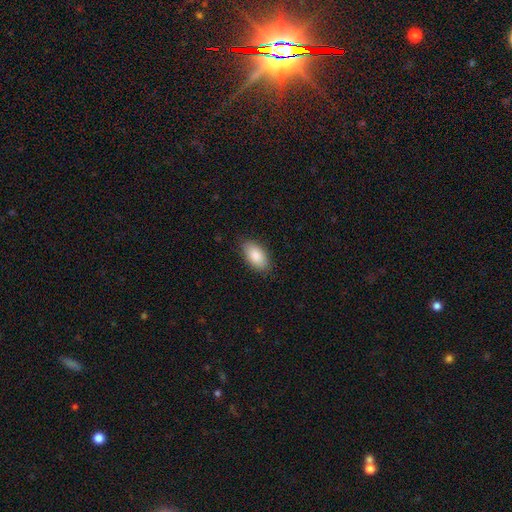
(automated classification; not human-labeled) Smooth or featured? Predicted: smooth (p=0.87). How rounded? Predicted: in between (p=0.94). Merging? Predicted: none (p=0.86).